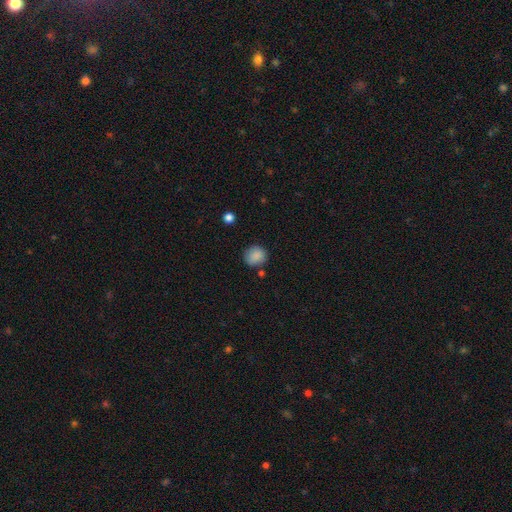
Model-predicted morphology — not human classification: Smooth or featured? Predicted: smooth (p=0.86). How rounded? Predicted: round (p=0.85). Merging? Predicted: none (p=0.75).